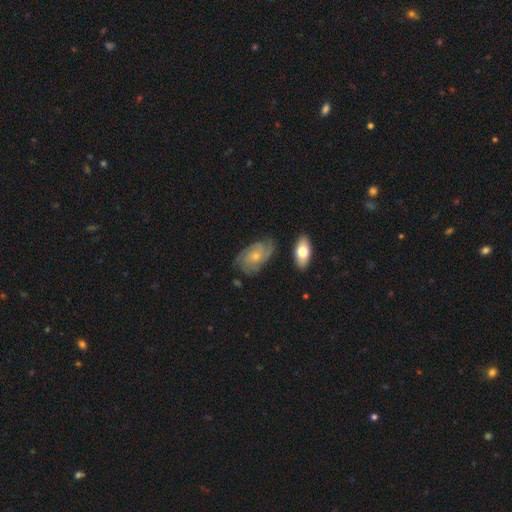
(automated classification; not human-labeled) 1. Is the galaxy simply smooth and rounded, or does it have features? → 67% featured or disk, 25% smooth, 8% star or artifact.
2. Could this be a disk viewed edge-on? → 96% no, 4% yes.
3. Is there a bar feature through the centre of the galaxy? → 81% no, 16% weak, 2% strong.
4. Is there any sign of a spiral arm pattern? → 89% yes, 11% no.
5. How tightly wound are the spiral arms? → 53% tight, 34% medium, 13% loose.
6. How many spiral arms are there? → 35% can't tell, 28% 2, 20% 3, 8% 4, 5% 1, 5% more than 4.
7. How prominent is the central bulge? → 67% small, 27% moderate, 3% none, 2% large, 1% dominant.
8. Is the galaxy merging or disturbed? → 64% none, 24% minor disturbance, 8% major disturbance, 4% merger.